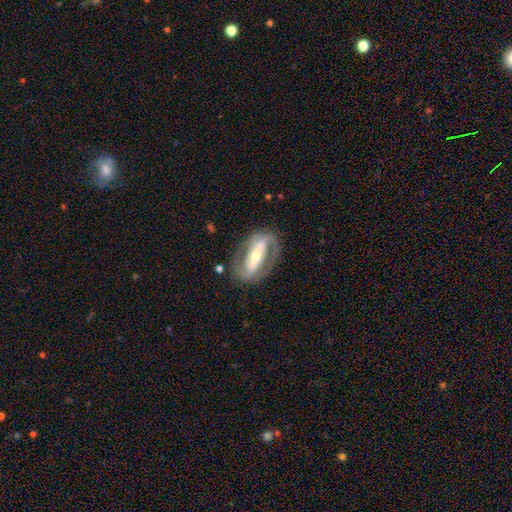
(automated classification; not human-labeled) smooth_or_featured: featured or disk (p=0.84) [alt: smooth p=0.11]
disk_edge_on: no (p=0.91) [alt: yes p=0.09]
bar: strong (p=0.70) [alt: weak p=0.16]
has_spiral_arms: yes (p=0.84) [alt: no p=0.16]
spiral_winding: medium (p=0.43) [alt: tight p=0.36]
spiral_arm_count: 2 (p=0.86) [alt: can't tell p=0.06]
bulge_size: moderate (p=0.46) [tied with: small p=0.46]
merging: none (p=0.79) [alt: minor disturbance p=0.13]